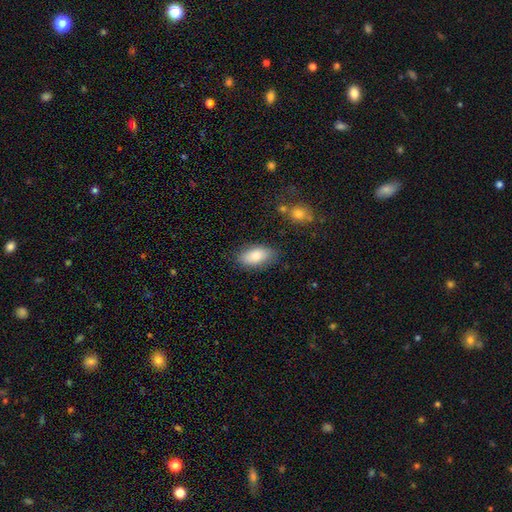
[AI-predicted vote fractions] A smooth galaxy with no disk features (77%) that is in between round and cigar-shaped (92%).

Vote fractions:
- Smooth or featured? smooth: 77% / featured or disk: 16% / star or artifact: 7%
- How rounded? in between: 92% / round: 4% / cigar-shaped: 4%
- Merging? none: 80% / minor disturbance: 15% / major disturbance: 3% / merger: 2%